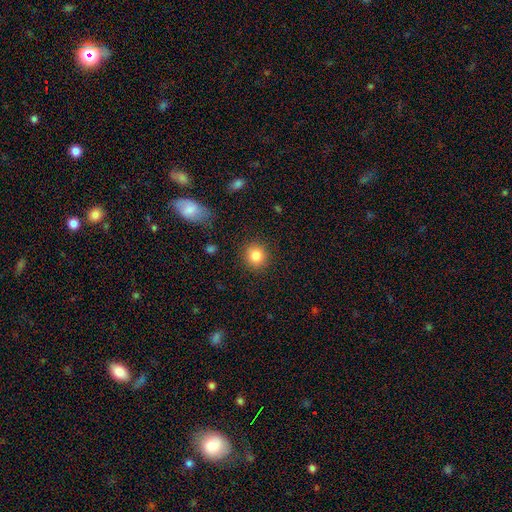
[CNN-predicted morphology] type=smooth (84%); roundness=round (88%); merging=none (89%).